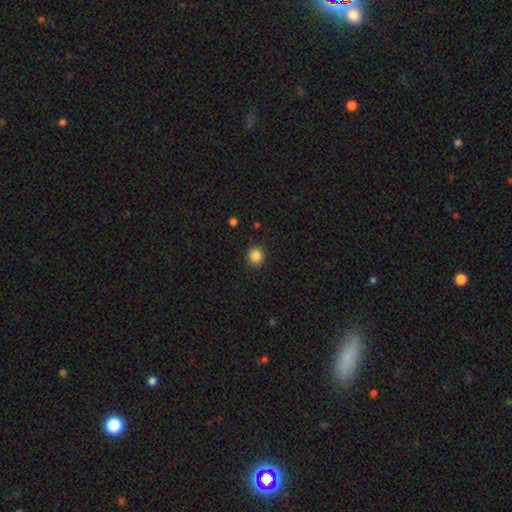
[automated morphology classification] Smooth or featured?
  - smooth: 86% *
  - star or artifact: 10%
  - featured or disk: 3%
How rounded?
  - round: 85% *
  - in between: 14%
  - cigar-shaped: 1%
Merging?
  - none: 89% *
  - minor disturbance: 8%
  - major disturbance: 2%
  - merger: 1%